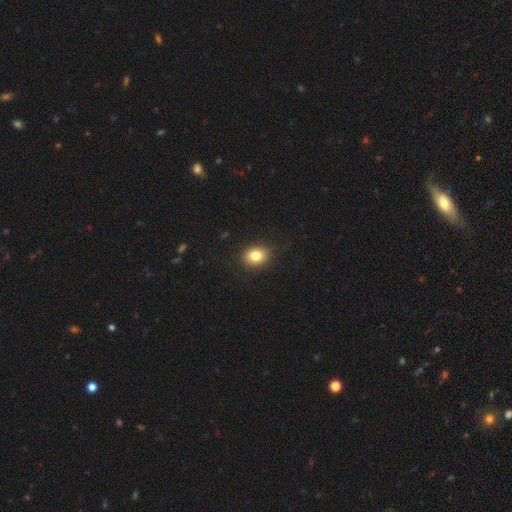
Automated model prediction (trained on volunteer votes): This appears to be a smooth galaxy with no disk features (83%) that is in between round and cigar-shaped (59%). Merging: none (88%).